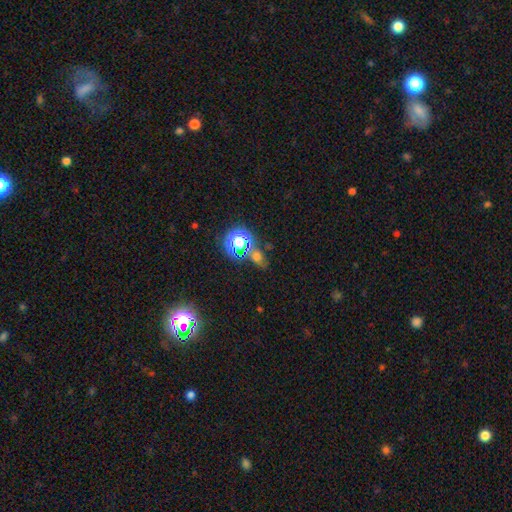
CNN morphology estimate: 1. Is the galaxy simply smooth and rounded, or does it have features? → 59% star or artifact, 30% smooth, 11% featured or disk.